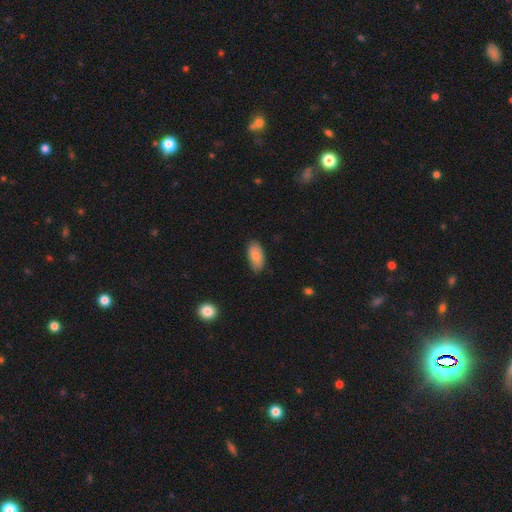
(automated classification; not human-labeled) Smooth or featured?
  - smooth: 80% *
  - featured or disk: 13%
  - star or artifact: 7%
How rounded?
  - in between: 93% *
  - cigar-shaped: 4%
  - round: 3%
Merging?
  - none: 81% *
  - minor disturbance: 16%
  - major disturbance: 2%
  - merger: 1%